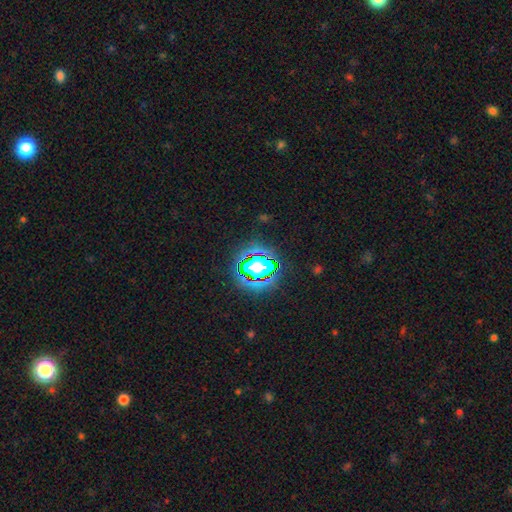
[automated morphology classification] type=star or artifact (80%).